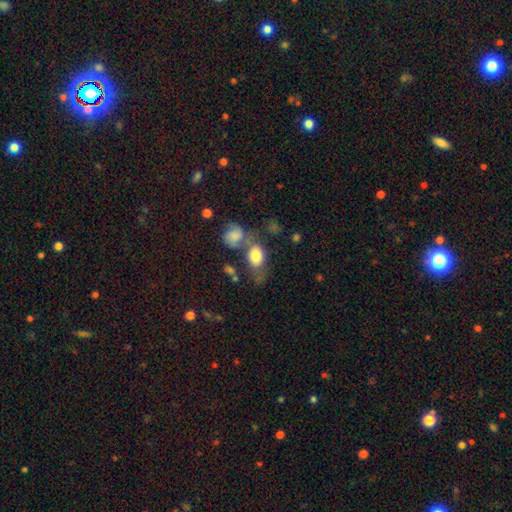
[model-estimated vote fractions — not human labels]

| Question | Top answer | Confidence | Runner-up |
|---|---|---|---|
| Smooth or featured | smooth | 76% | featured or disk (17%) |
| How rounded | in between | 81% | round (17%) |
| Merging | none | 35% | merger (30%) |